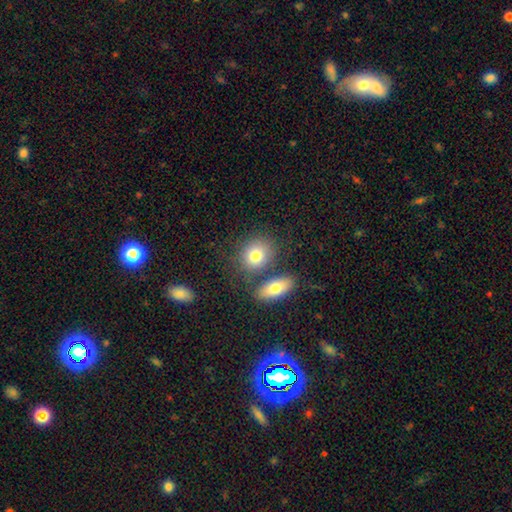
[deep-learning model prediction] smooth 77%, featured or disk 13%, star or artifact 10%. Down the decision tree: how rounded — round (54%); merging — none (63%).